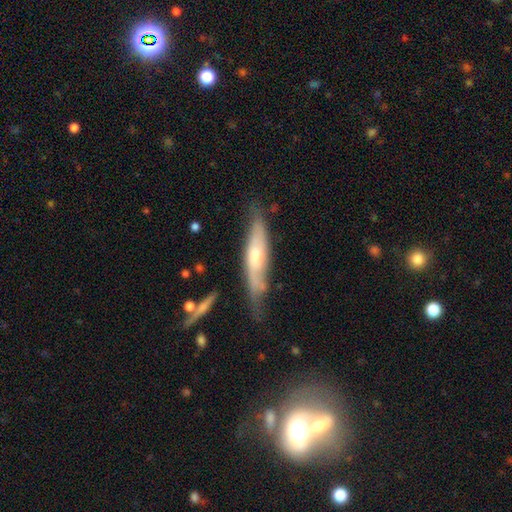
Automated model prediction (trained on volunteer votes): Smooth or featured?
  - featured or disk: 55% *
  - smooth: 38%
  - star or artifact: 6%
Edge-on disk?
  - yes: 64% *
  - no: 36%
Merging?
  - none: 58% *
  - minor disturbance: 30%
  - major disturbance: 9%
  - merger: 4%